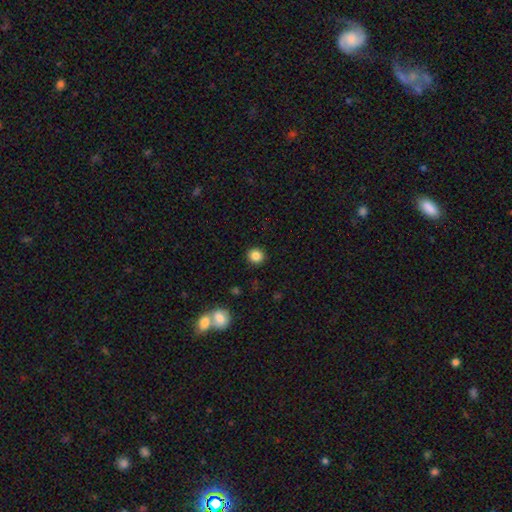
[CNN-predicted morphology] Smooth or featured?
  - smooth: 85% *
  - star or artifact: 10%
  - featured or disk: 4%
How rounded?
  - round: 91% *
  - in between: 8%
  - cigar-shaped: 1%
Merging?
  - none: 91% *
  - minor disturbance: 5%
  - major disturbance: 2%
  - merger: 2%